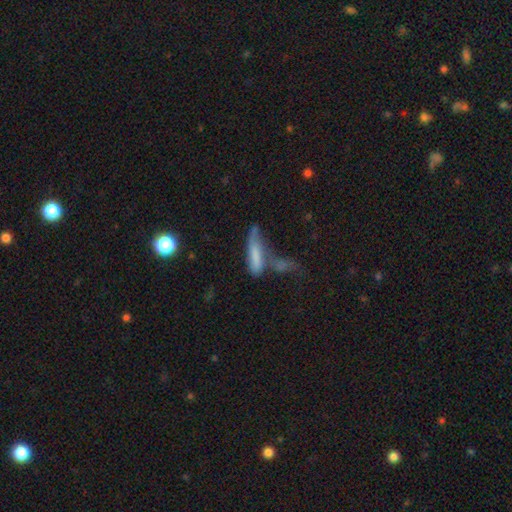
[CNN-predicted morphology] smooth 65%, featured or disk 24%, star or artifact 11%. Down the decision tree: how rounded — cigar-shaped (67%); merging — merger (39%).